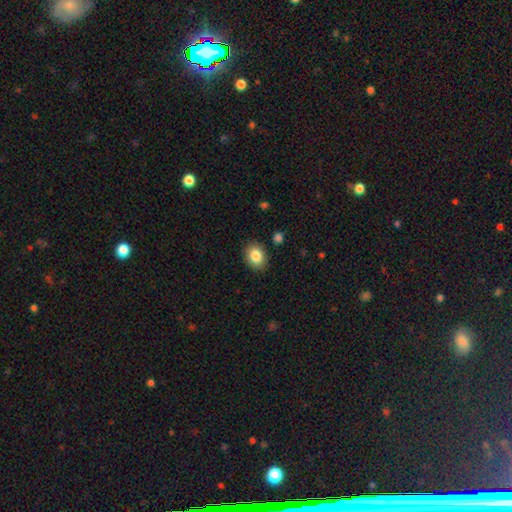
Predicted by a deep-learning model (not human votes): smooth-or-featured: smooth: 85% | star or artifact: 8% | featured or disk: 7%
  how-rounded: in between: 64% | round: 35% | cigar-shaped: 1%
  merging: none: 87% | minor disturbance: 9% | major disturbance: 2% | merger: 1%